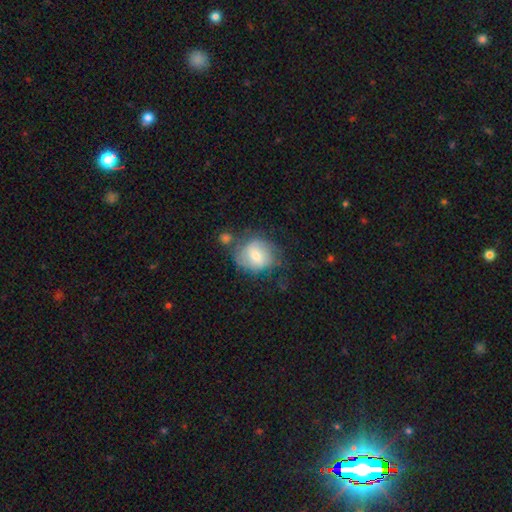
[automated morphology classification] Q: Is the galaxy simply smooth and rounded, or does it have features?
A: smooth — 56%.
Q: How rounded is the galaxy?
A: round — 69%.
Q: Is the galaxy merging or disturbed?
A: none — 48%.